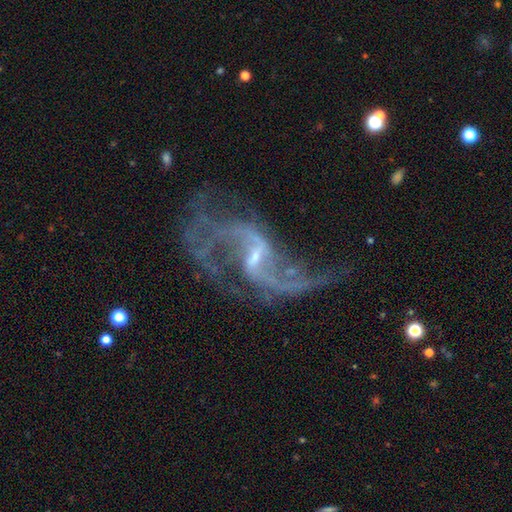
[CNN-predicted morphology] A featured or disk galaxy (91%) with a weak bar (52%), 2 (89%) loose (83%) spiral arms (95%) and a small central bulge (66%).

Vote fractions:
- Smooth or featured? featured or disk: 91% / star or artifact: 6% / smooth: 3%
- Edge-on disk? no: 97% / yes: 3%
- Bar? weak: 52% / strong: 32% / no: 16%
- Spiral arms? yes: 95% / no: 5%
- Spiral winding? loose: 83% / medium: 14% / tight: 4%
- Spiral arm count? 2: 89% / can't tell: 3% / 1: 3% / 3: 2% / 4: 2% / more than 4: 2%
- Bulge size? small: 66% / moderate: 22% / none: 9% / large: 2% / dominant: 1%
- Merging? none: 54% / major disturbance: 24% / minor disturbance: 16% / merger: 6%